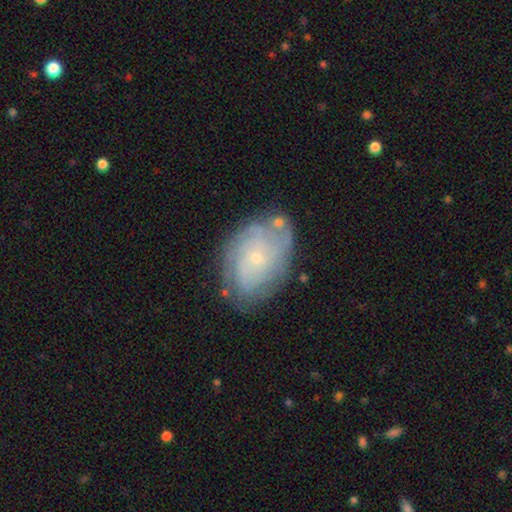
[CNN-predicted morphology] A featured or disk galaxy (68%) with no bar (79%), tight (66%) spiral arms (83%) and a small central bulge (79%). Merging: none (74%).